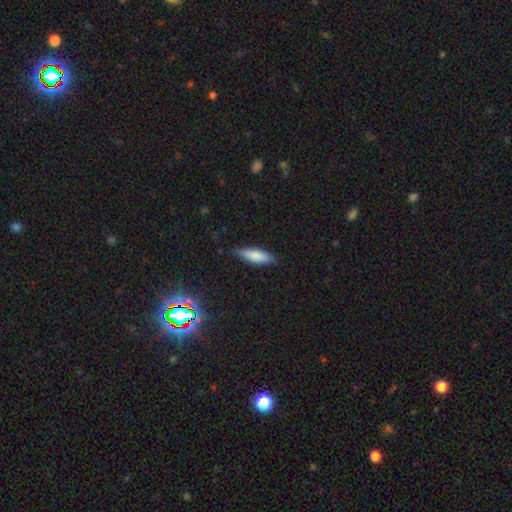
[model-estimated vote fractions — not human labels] smooth-or-featured: smooth: 79% | featured or disk: 14% | star or artifact: 7%
  how-rounded: cigar-shaped: 52% | in between: 46% | round: 2%
  merging: none: 82% | minor disturbance: 14% | major disturbance: 2% | merger: 1%